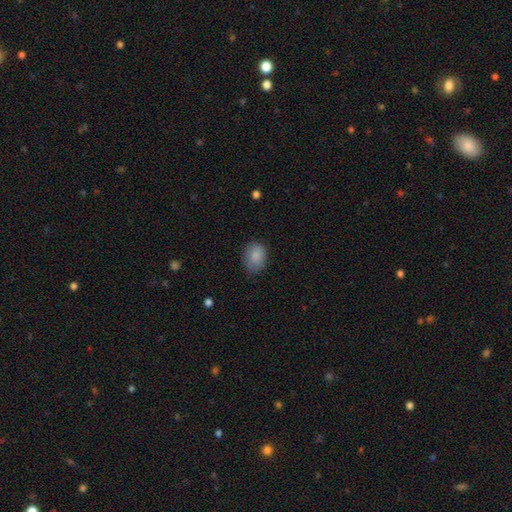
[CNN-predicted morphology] Overall: smooth (86%). How rounded: in between (66%; round 33%). Merging: none (73%).